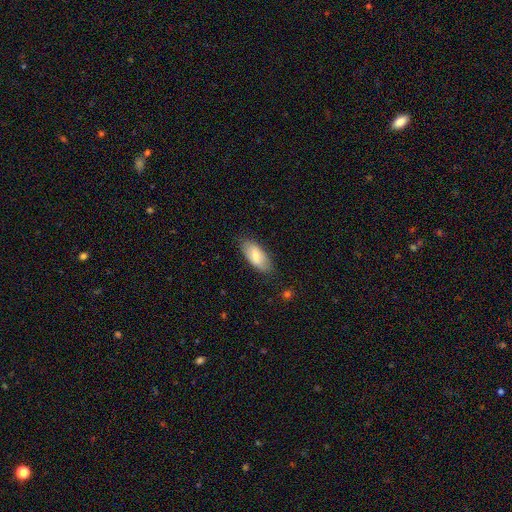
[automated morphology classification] This appears to be a smooth galaxy with no disk features (74%) that is in between round and cigar-shaped (90%). Merging: none (80%).